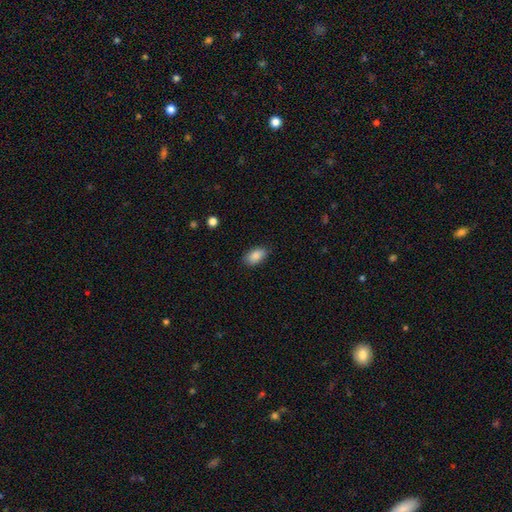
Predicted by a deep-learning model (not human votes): smooth 87%, star or artifact 7%, featured or disk 6%. Down the decision tree: how rounded — in between (92%); merging — none (83%).